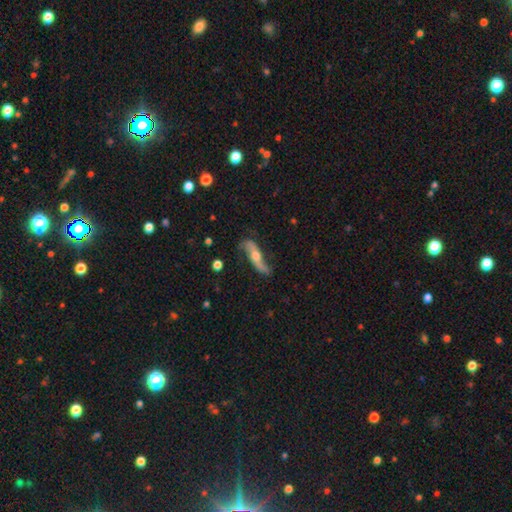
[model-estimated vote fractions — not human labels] Q: Smooth or featured?
A: featured or disk (75%); runner-up: smooth (19%)
Q: Edge-on disk?
A: no (71%); runner-up: yes (29%)
Q: Bar?
A: no (59%); runner-up: weak (24%)
Q: Spiral arms?
A: yes (91%); runner-up: no (9%)
Q: Bulge size?
A: moderate (62%); runner-up: small (28%)
Q: Merging?
A: none (67%); runner-up: minor disturbance (21%)